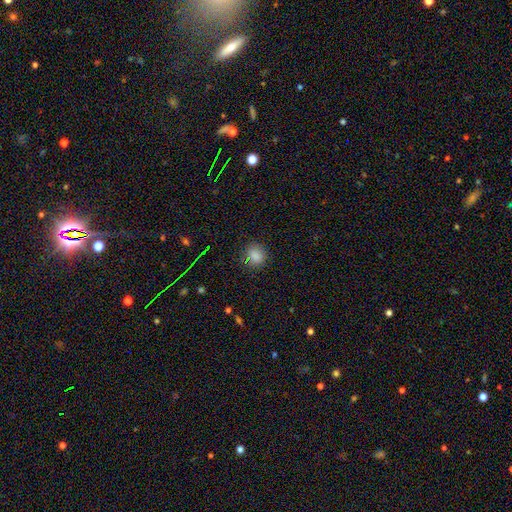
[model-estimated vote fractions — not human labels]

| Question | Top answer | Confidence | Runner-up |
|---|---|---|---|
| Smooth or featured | smooth | 82% | star or artifact (13%) |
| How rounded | round | 57% | in between (41%) |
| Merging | none | 80% | minor disturbance (13%) |